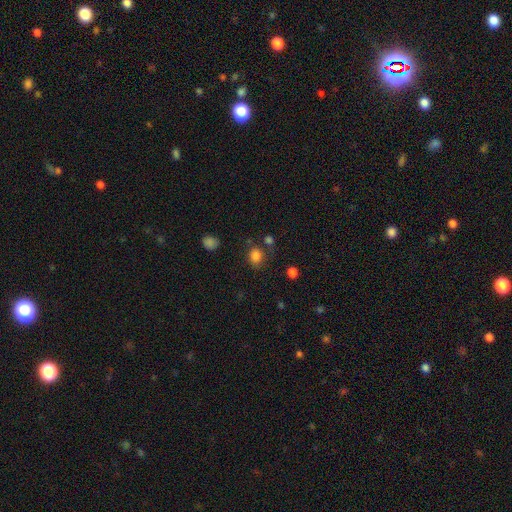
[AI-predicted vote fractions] Smooth or featured?
  - smooth: 82% *
  - star or artifact: 13%
  - featured or disk: 5%
How rounded?
  - round: 58% *
  - in between: 41%
  - cigar-shaped: 1%
Merging?
  - none: 69% *
  - minor disturbance: 16%
  - merger: 8%
  - major disturbance: 7%